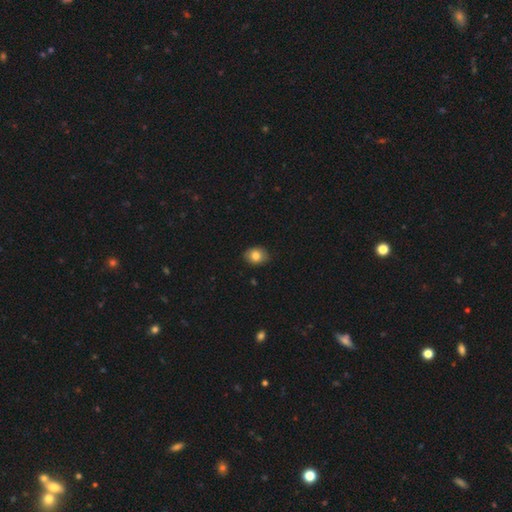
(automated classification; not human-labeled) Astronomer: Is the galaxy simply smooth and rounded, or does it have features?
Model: smooth — 82%.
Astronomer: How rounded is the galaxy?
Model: in between — 58% (runner-up: round, 41%).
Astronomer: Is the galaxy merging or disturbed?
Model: none — 86%.